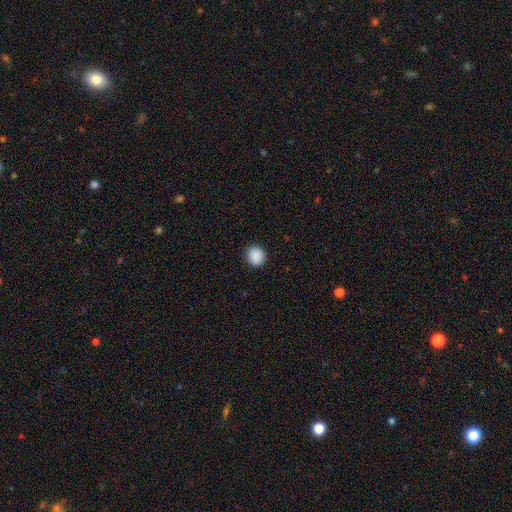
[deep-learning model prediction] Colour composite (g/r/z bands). It shows a smooth galaxy with no disk features (90%) that is round (87%). Merging: none (91%).